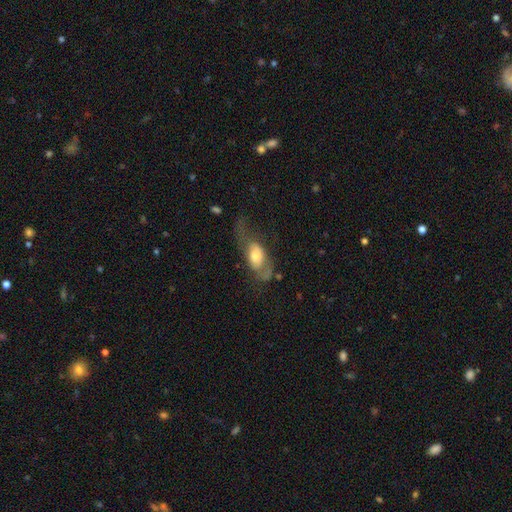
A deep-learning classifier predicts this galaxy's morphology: This appears to be a featured or disk galaxy (48%). Merging: major disturbance (43%).